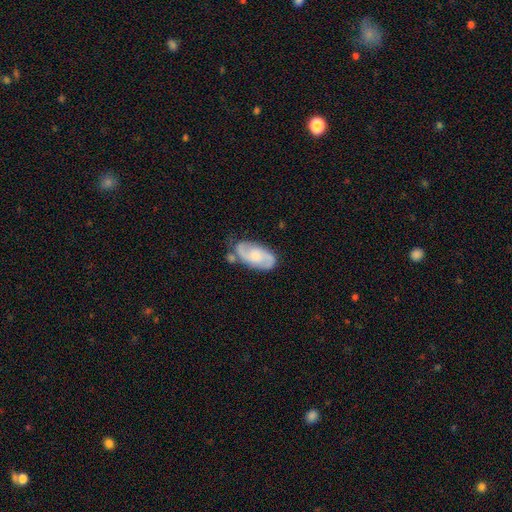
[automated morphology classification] Smooth or featured? featured or disk (72%)
Edge-on disk? no (95%)
Bar? no (56%)
Spiral arms? yes (94%)
Spiral winding? medium (49%)
Spiral arm count? 2 (88%)
Bulge size? moderate (41%)
Merging? none (65%)